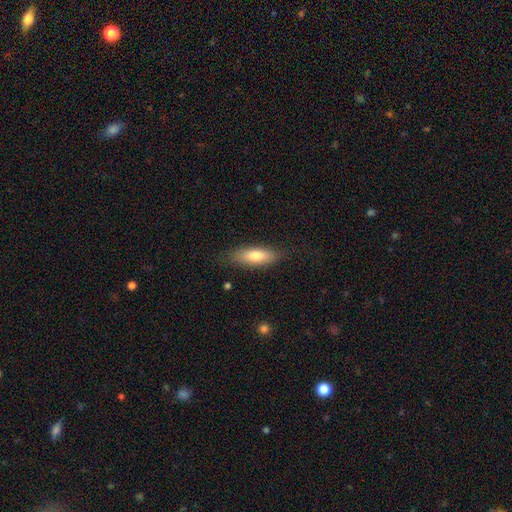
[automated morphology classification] This is likely a smooth galaxy (75%). How rounded: possibly in between (60%). Merging: clearly none (81%).